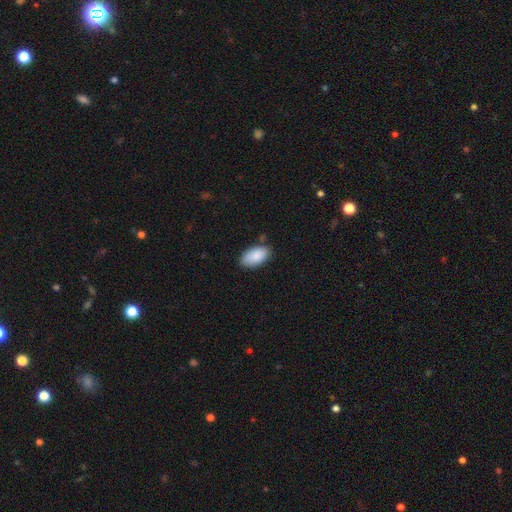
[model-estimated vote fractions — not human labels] Smooth or featured?
  - smooth: 87% *
  - featured or disk: 7%
  - star or artifact: 6%
How rounded?
  - in between: 95% *
  - round: 3%
  - cigar-shaped: 2%
Merging?
  - none: 81% *
  - minor disturbance: 14%
  - major disturbance: 3%
  - merger: 2%